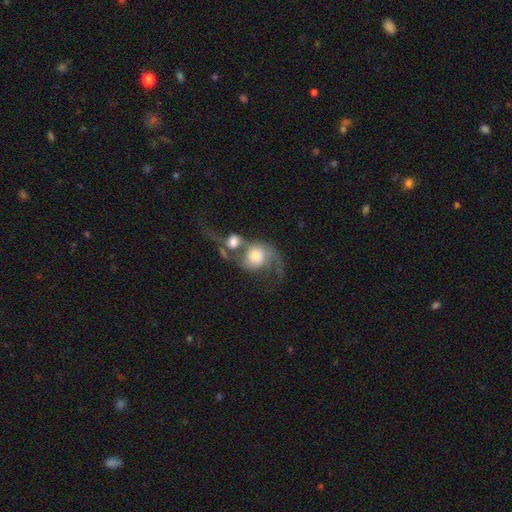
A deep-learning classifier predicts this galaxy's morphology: Overall: featured or disk (61%; smooth 31%). Edge-on disk: no (96%). Bar: no (75%). Spiral arms: yes (84%). Bulge size: moderate (36%; large 31%). Merging: merger (65%).